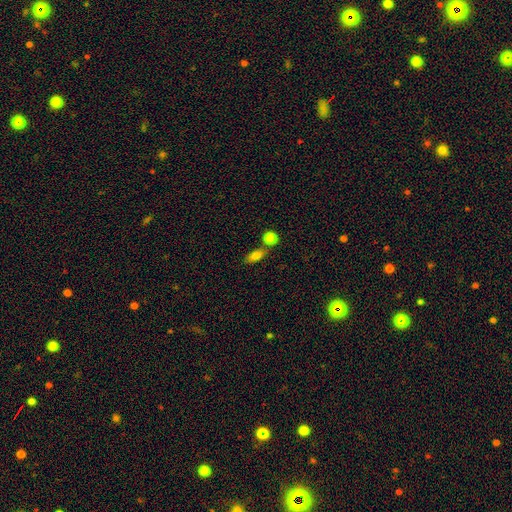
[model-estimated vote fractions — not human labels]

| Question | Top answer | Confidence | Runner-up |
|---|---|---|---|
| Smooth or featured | smooth | 80% | featured or disk (10%) |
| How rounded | in between | 77% | cigar-shaped (13%) |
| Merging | none | 63% | merger (22%) |